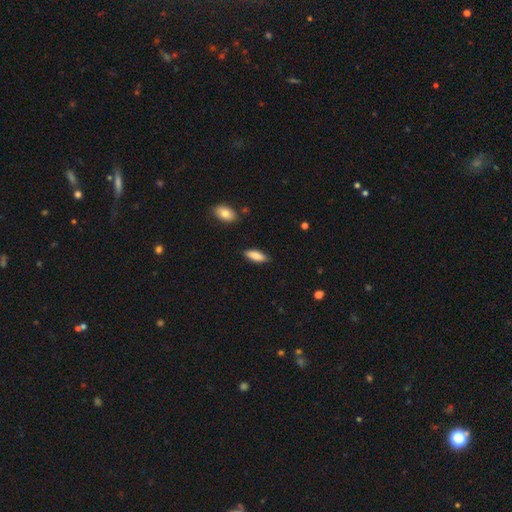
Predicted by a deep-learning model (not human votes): Smooth or featured? Predicted: smooth (p=0.85). How rounded? Predicted: in between (p=0.66). Merging? Predicted: none (p=0.86).